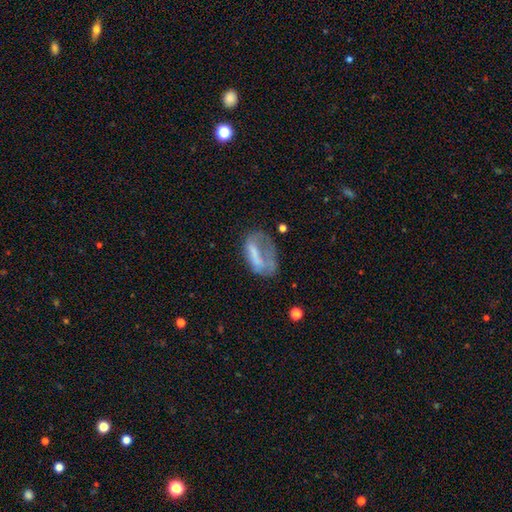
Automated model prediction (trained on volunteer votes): smooth_or_featured: smooth (p=0.48) [alt: featured or disk p=0.41]
merging: major disturbance (p=0.43) [alt: none p=0.27]